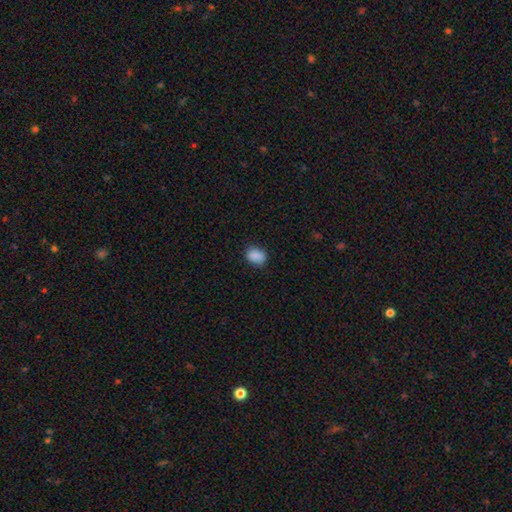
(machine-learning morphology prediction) Smooth or featured? smooth (89%)
How rounded? in between (67%)
Merging? none (83%)